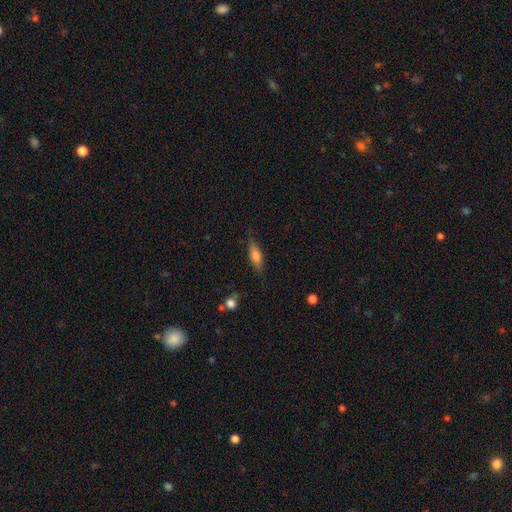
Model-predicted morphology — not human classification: This appears to be a smooth galaxy with no disk features (58%) that is cigar-shaped (49%). Merging: none (79%).